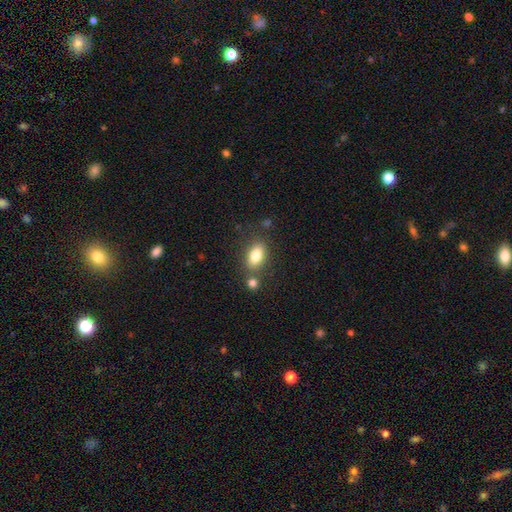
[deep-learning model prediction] A smooth galaxy with no disk features (80%) that is in between round and cigar-shaped (84%).

Vote fractions:
- Smooth or featured? smooth: 80% / featured or disk: 12% / star or artifact: 9%
- How rounded? in between: 84% / round: 12% / cigar-shaped: 4%
- Merging? none: 69% / merger: 15% / minor disturbance: 12% / major disturbance: 4%